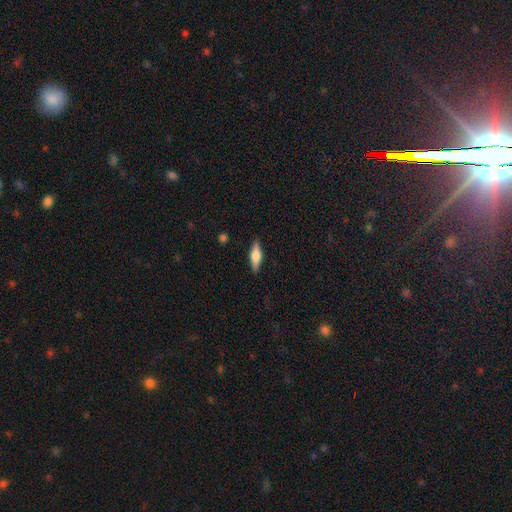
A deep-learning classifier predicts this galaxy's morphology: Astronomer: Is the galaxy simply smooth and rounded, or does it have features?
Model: smooth — 48% (runner-up: featured or disk, 46%).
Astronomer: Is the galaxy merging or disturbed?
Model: none — 89%.